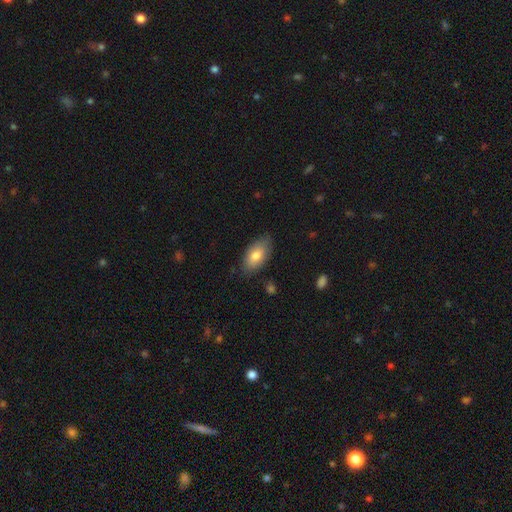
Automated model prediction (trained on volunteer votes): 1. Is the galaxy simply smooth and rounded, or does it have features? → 78% smooth, 16% featured or disk, 6% star or artifact.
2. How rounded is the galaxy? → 93% in between, 4% cigar-shaped, 4% round.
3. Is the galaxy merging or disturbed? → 78% none, 18% minor disturbance, 3% major disturbance, 1% merger.